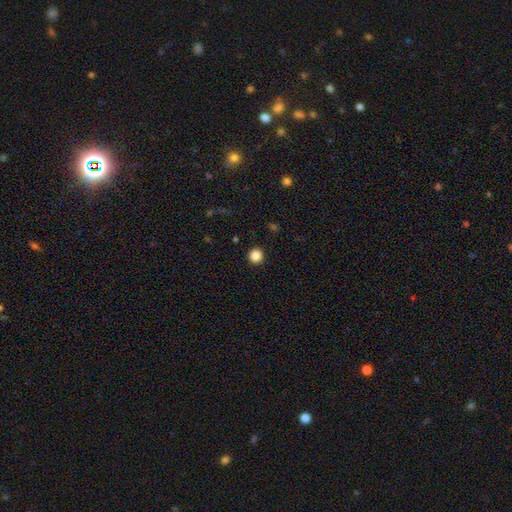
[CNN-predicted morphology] Smooth or featured? Predicted: smooth (p=0.87). How rounded? Predicted: round (p=0.95). Merging? Predicted: none (p=0.93).